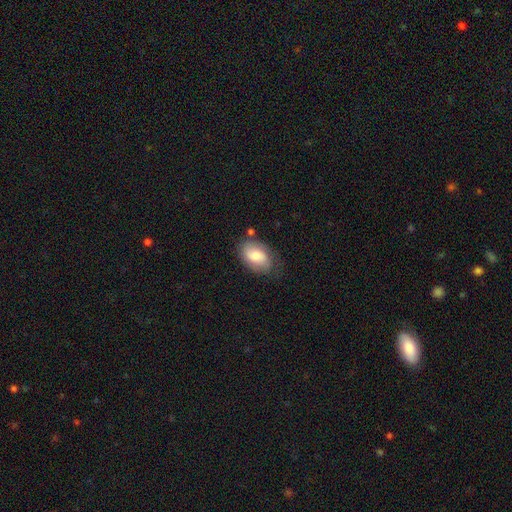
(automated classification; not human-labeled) Overall: smooth (69%). How rounded: in between (88%). Merging: none (65%).